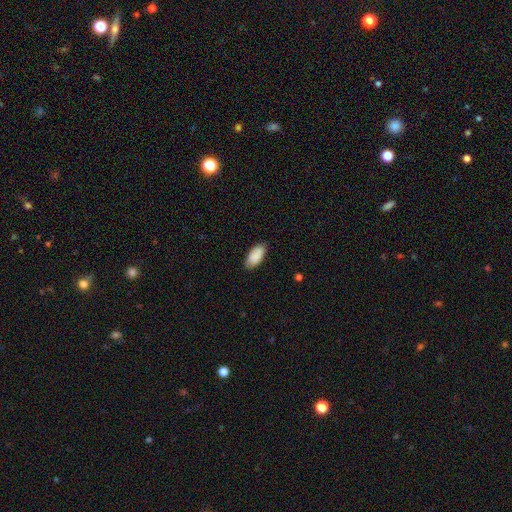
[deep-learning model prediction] Smooth or featured: smooth — 90% (star or artifact — 6%)
How rounded: in between — 93% (cigar-shaped — 5%)
Merging: none — 82% (minor disturbance — 15%)